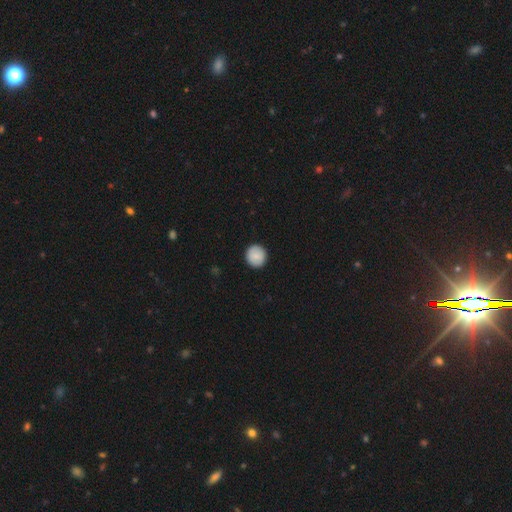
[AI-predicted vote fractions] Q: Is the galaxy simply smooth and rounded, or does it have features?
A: smooth — 86%.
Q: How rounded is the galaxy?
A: round — 93%.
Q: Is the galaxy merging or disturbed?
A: none — 92%.